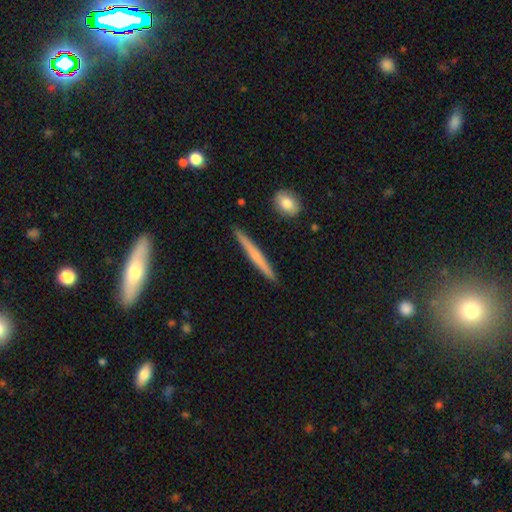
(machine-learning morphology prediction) Smooth or featured? featured or disk (47%, tied with smooth)
Merging? none (91%)